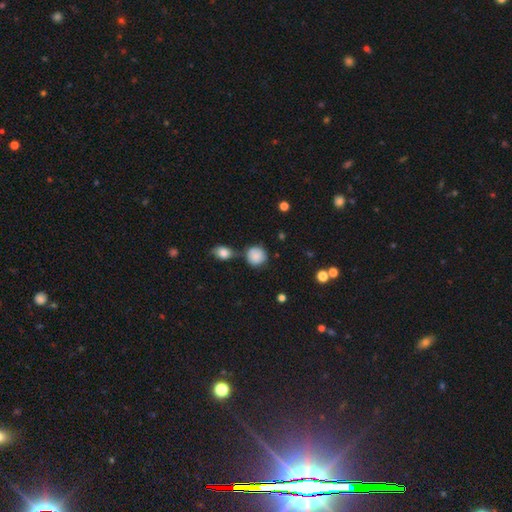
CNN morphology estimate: The model was most divided on "merging": none: 66%, minor disturbance: 19%, merger: 11%, major disturbance: 5%. More confident: how rounded — round (88%); smooth or featured — smooth (81%).